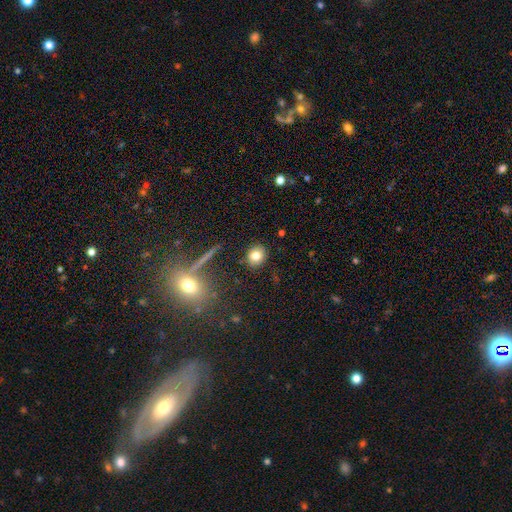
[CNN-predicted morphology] smooth 79%, star or artifact 11%, featured or disk 9%. Down the decision tree: how rounded — round (78%); merging — none (88%).